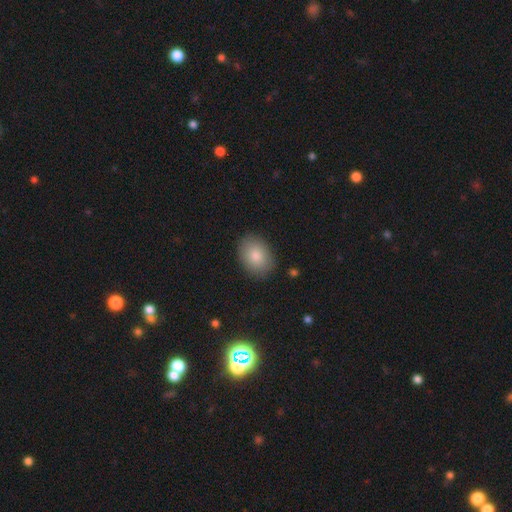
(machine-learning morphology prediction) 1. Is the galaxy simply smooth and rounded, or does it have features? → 85% smooth, 8% featured or disk, 7% star or artifact.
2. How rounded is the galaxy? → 75% in between, 25% round, 1% cigar-shaped.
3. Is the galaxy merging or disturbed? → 85% none, 11% minor disturbance, 3% major disturbance, 1% merger.